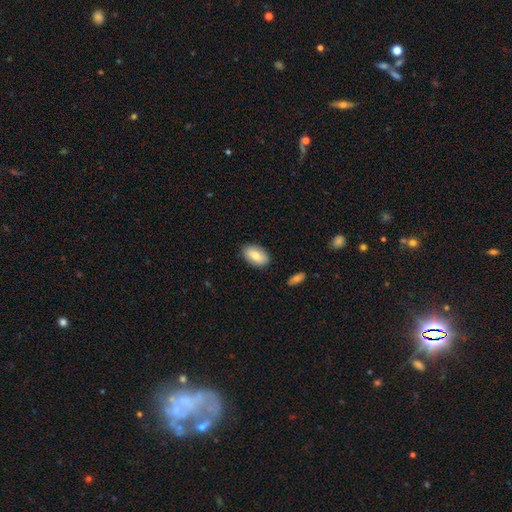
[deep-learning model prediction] A smooth galaxy with no disk features (78%) that is in between round and cigar-shaped (92%). Merging: none (86%).